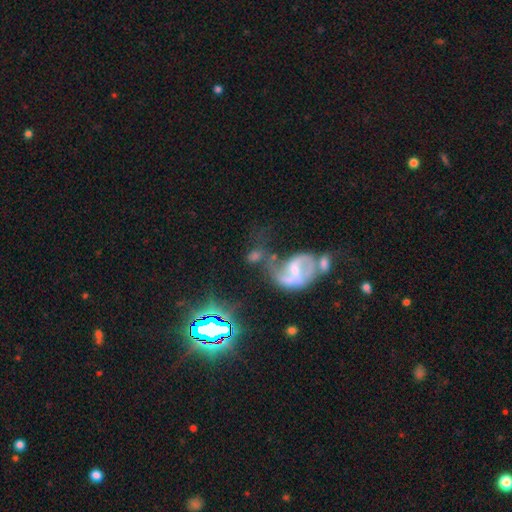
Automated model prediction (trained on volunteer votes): Q: Smooth or featured?
A: featured or disk (62%); runner-up: smooth (20%)
Q: Edge-on disk?
A: no (96%); runner-up: yes (4%)
Q: Bar?
A: weak (42%); runner-up: no (31%)
Q: Spiral arms?
A: yes (78%); runner-up: no (22%)
Q: Bulge size?
A: small (45%); runner-up: moderate (38%)
Q: Merging?
A: merger (30%); runner-up: none (29%)